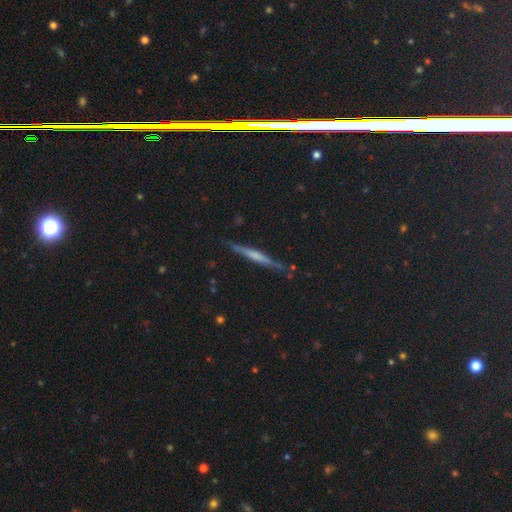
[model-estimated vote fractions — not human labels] Q: Smooth or featured?
A: featured or disk (56%); runner-up: smooth (35%)
Q: Edge-on disk?
A: yes (96%); runner-up: no (4%)
Q: Edge-on bulge?
A: none (51%); runner-up: rounded (31%)
Q: Merging?
A: none (86%); runner-up: minor disturbance (10%)